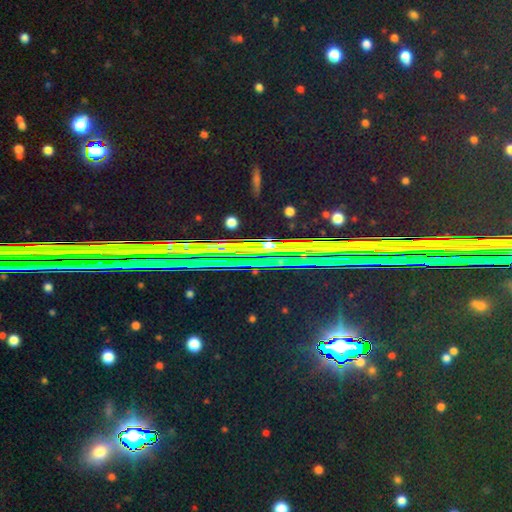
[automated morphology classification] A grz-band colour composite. It shows a star or artifact, not a galaxy (84%).